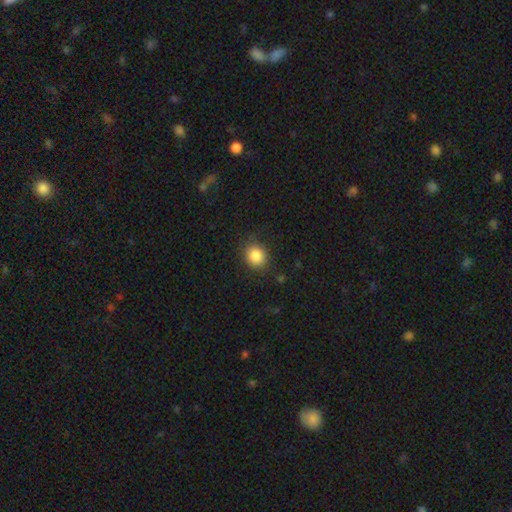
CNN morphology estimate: Smooth or featured? Predicted: smooth (p=0.86). How rounded? Predicted: round (p=0.72). Merging? Predicted: none (p=0.82).